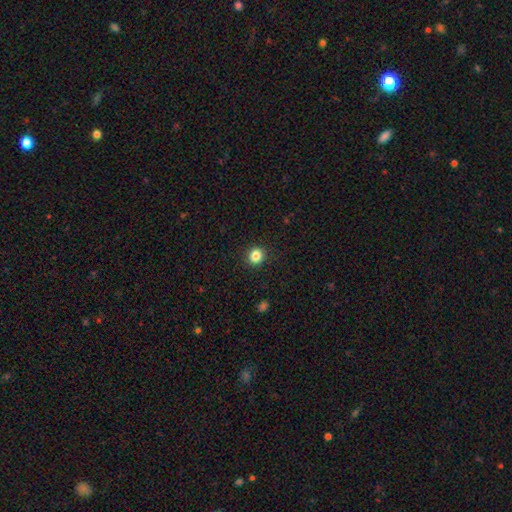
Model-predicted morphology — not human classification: smooth 84%, star or artifact 11%, featured or disk 5%. Down the decision tree: how rounded — round (87%); merging — none (92%).